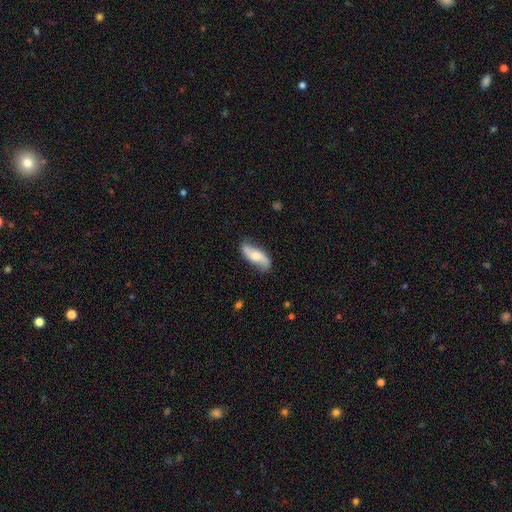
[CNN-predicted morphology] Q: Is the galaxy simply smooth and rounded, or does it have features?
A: featured or disk — 59%.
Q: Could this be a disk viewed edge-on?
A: no — 86%.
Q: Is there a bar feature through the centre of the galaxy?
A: no — 62%.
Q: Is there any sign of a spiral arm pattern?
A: yes — 90%.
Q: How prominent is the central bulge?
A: moderate — 59%.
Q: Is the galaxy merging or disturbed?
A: none — 77%.